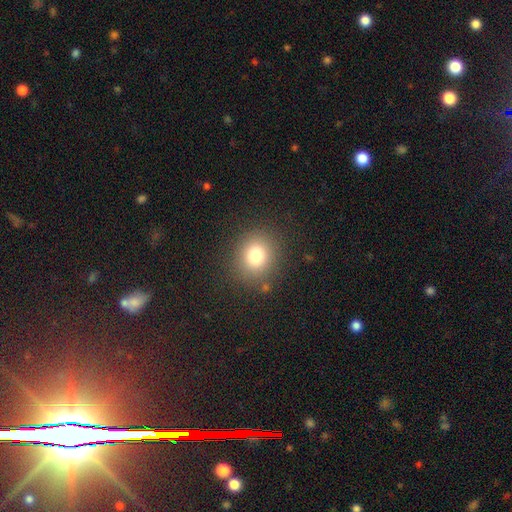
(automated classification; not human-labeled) Smooth or featured? Predicted: smooth (p=0.79). How rounded? Predicted: round (p=0.80). Merging? Predicted: none (p=0.86).